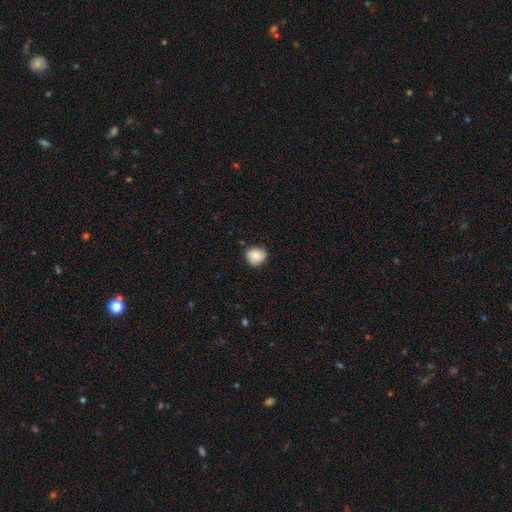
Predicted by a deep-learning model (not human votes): Q: Smooth or featured?
A: smooth (82%); runner-up: featured or disk (10%)
Q: How rounded?
A: round (87%); runner-up: in between (12%)
Q: Merging?
A: none (83%); runner-up: minor disturbance (13%)